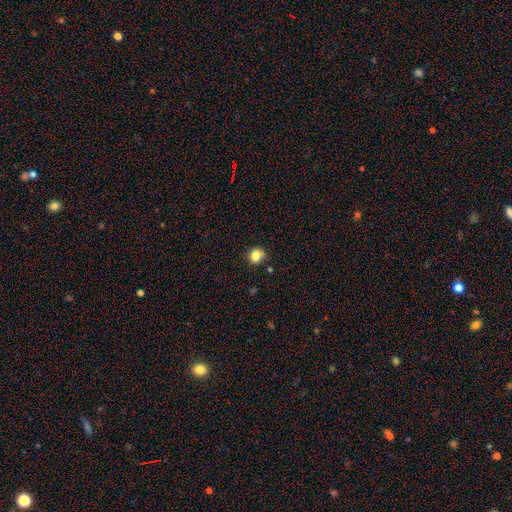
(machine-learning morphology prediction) A smooth galaxy with no disk features (82%) that is round (81%).

Vote fractions:
- Smooth or featured? smooth: 82% / star or artifact: 12% / featured or disk: 7%
- How rounded? round: 81% / in between: 19% / cigar-shaped: 1%
- Merging? none: 72% / minor disturbance: 18% / merger: 5% / major disturbance: 4%